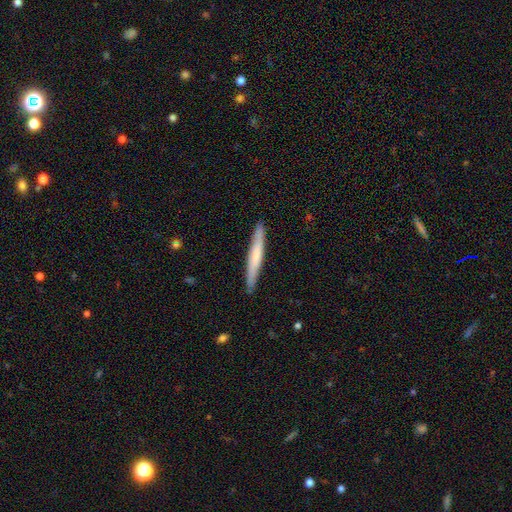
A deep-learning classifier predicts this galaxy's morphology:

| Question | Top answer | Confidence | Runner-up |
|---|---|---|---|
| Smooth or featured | smooth | 58% | featured or disk (37%) |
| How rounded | cigar-shaped | 96% | in between (3%) |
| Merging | none | 88% | minor disturbance (9%) |